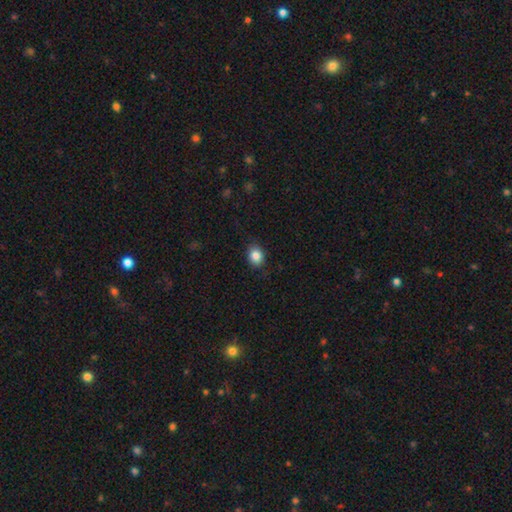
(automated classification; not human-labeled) smooth_or_featured: smooth (p=0.85) [alt: star or artifact p=0.09]
how_rounded: in between (p=0.56) [alt: round p=0.43]
merging: none (p=0.85) [alt: minor disturbance p=0.11]